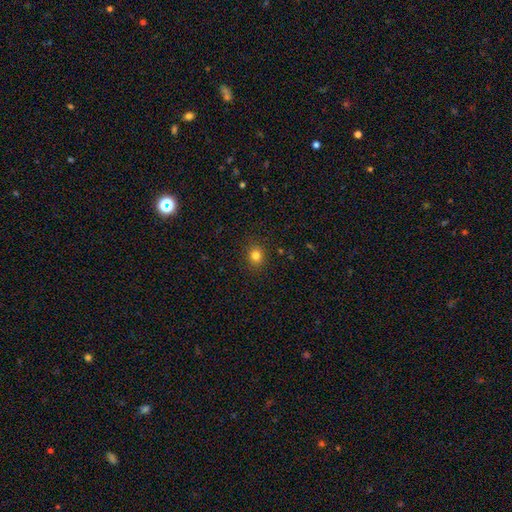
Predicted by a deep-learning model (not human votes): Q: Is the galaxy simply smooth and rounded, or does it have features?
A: smooth — 81%.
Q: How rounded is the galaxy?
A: round — 80%.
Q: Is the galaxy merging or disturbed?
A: none — 89%.